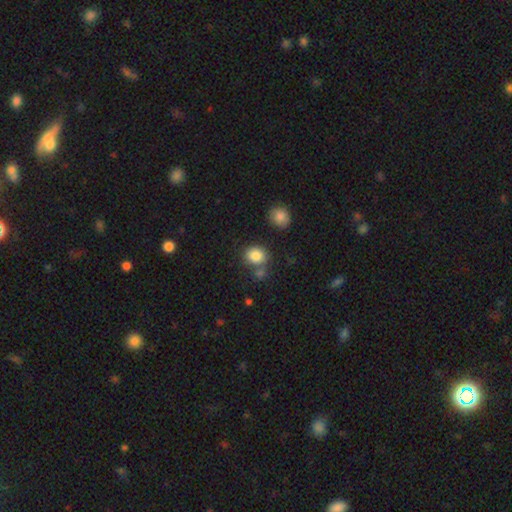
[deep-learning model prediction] A smooth galaxy with no disk features (85%) that is round (67%). Merging: none (66%).